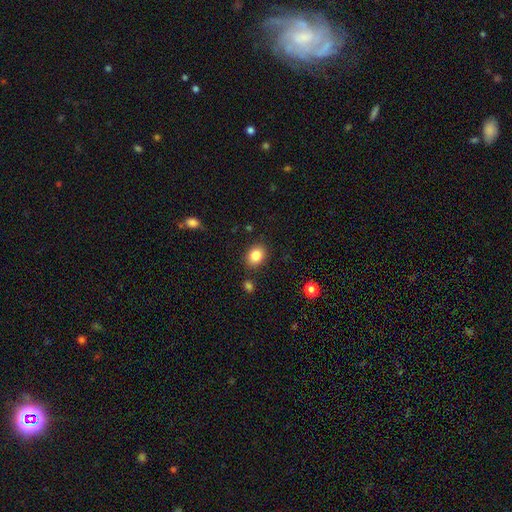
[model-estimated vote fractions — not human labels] A smooth galaxy with no disk features (84%) that is in between round and cigar-shaped (54%).

Vote fractions:
- Smooth or featured? smooth: 84% / star or artifact: 9% / featured or disk: 6%
- How rounded? in between: 54% / round: 45% / cigar-shaped: 1%
- Merging? none: 85% / minor disturbance: 10% / merger: 3% / major disturbance: 3%